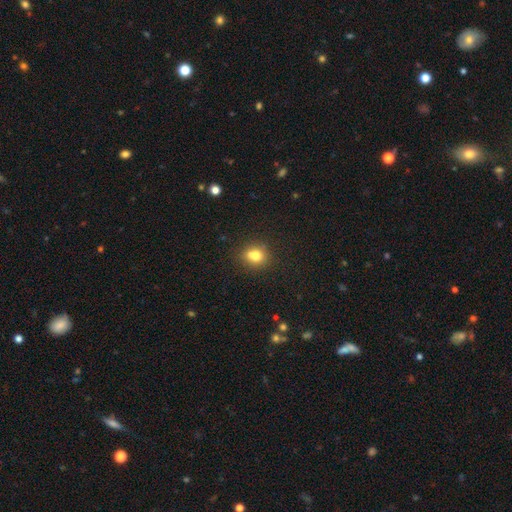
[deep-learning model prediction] This is likely a smooth galaxy (75%). How rounded: likely round (69%). Merging: possibly none (57%).